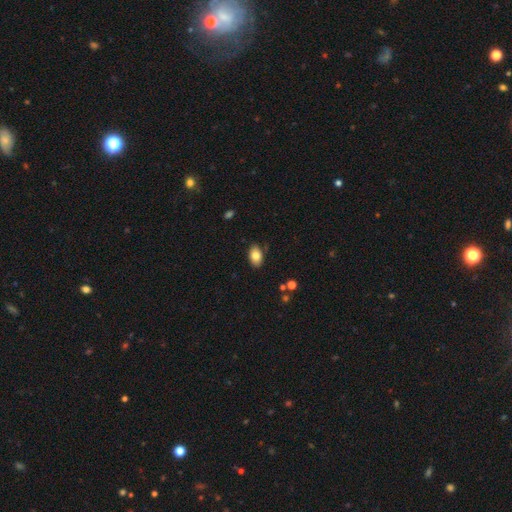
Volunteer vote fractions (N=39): smooth_or_featured: smooth (p=0.74) [alt: featured or disk p=0.15]
how_rounded: in between (p=0.93) [alt: round p=0.07]
merging: none (p=0.83) [alt: minor disturbance p=0.14]